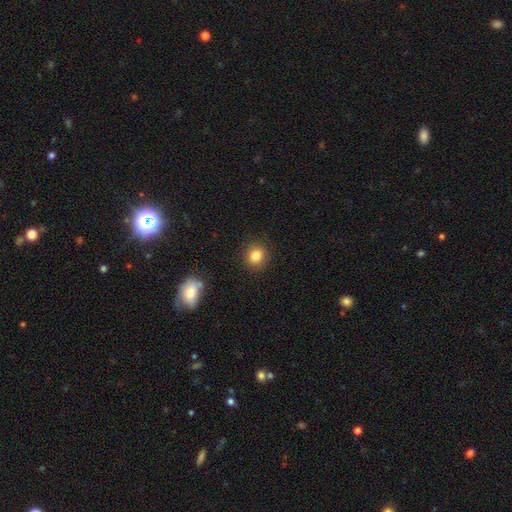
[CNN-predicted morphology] smooth 82%, star or artifact 11%, featured or disk 6%. Down the decision tree: how rounded — round (84%); merging — none (90%).